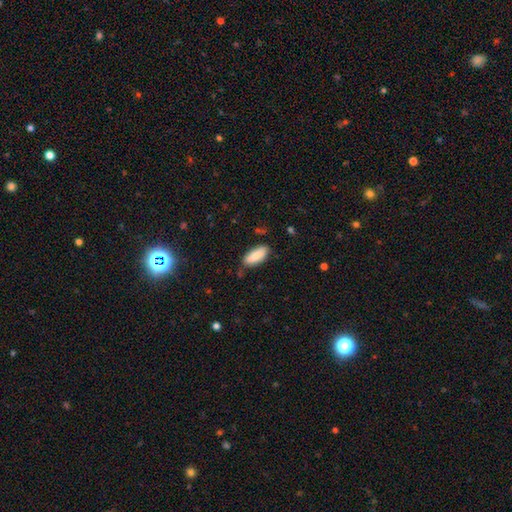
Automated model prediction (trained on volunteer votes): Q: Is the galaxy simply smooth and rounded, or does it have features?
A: smooth — 86%.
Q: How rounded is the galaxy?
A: in between — 83%.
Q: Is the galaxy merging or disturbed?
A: none — 80%.